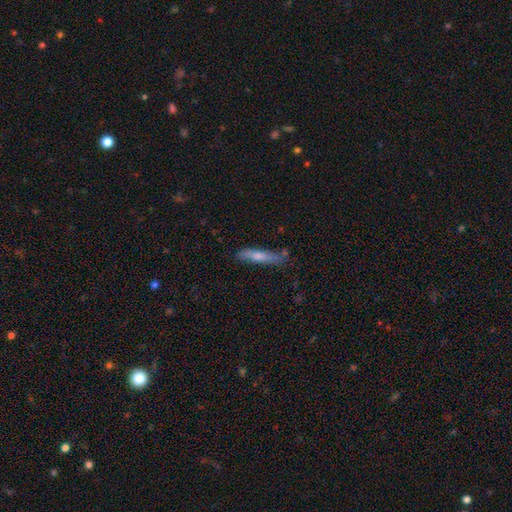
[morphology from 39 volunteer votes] Smooth or featured? 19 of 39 (49%) said smooth. How rounded? 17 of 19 (89%) said cigar-shaped. Merging? 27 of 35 (77%) said none.